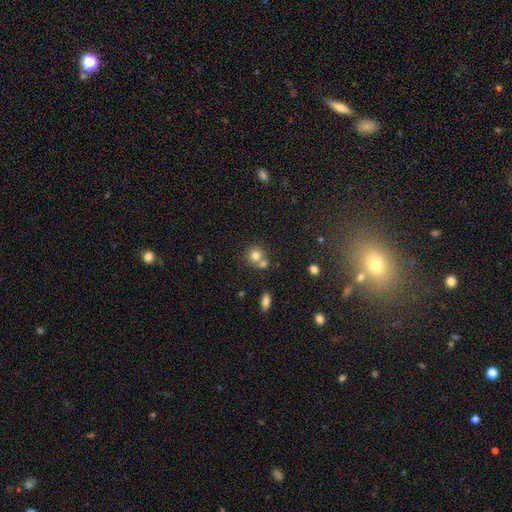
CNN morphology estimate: Smooth or featured?
  - smooth: 78% *
  - star or artifact: 12%
  - featured or disk: 11%
How rounded?
  - round: 85% *
  - in between: 14%
  - cigar-shaped: 1%
Merging?
  - none: 49% *
  - merger: 40%
  - minor disturbance: 9%
  - major disturbance: 3%